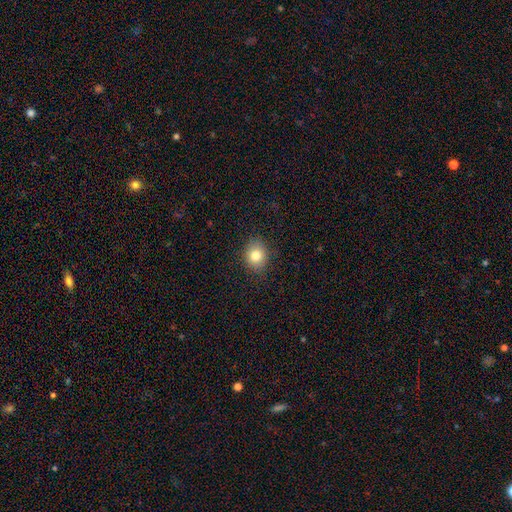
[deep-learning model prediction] A smooth galaxy with no disk features (81%) that is round (63%). Merging: none (87%).